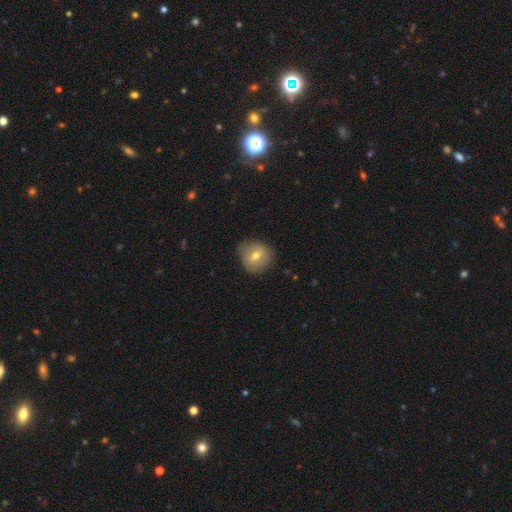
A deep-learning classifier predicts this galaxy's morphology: smooth_or_featured: smooth (p=0.62) [alt: featured or disk p=0.30]
how_rounded: round (p=0.81) [alt: in between p=0.18]
merging: none (p=0.75) [alt: minor disturbance p=0.20]